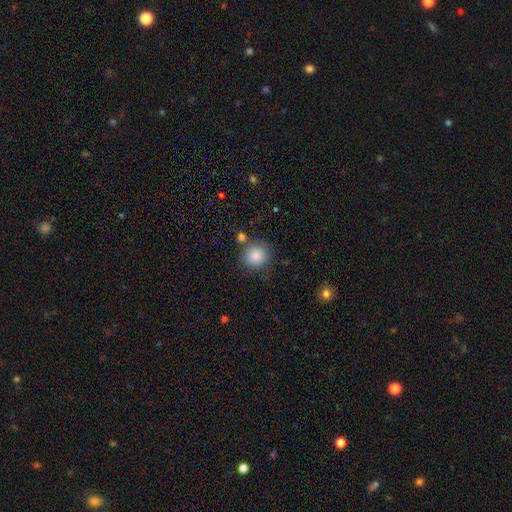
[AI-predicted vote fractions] smooth_or_featured: smooth (p=0.85) [alt: star or artifact p=0.09]
how_rounded: round (p=0.87) [alt: in between p=0.12]
merging: none (p=0.79) [alt: minor disturbance p=0.12]